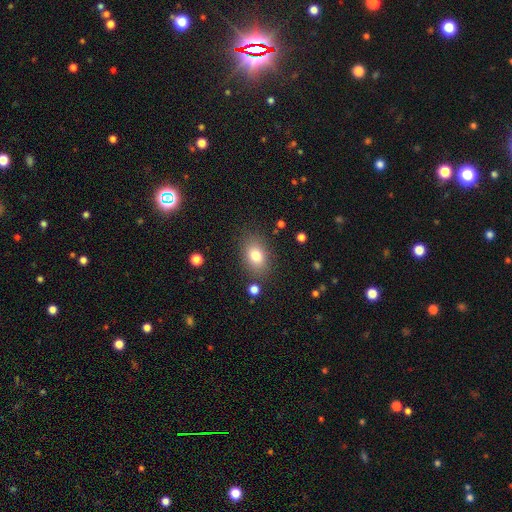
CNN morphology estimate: smooth_or_featured: smooth (p=0.79) [alt: featured or disk p=0.11]
how_rounded: in between (p=0.78) [alt: round p=0.20]
merging: none (p=0.81) [alt: minor disturbance p=0.12]